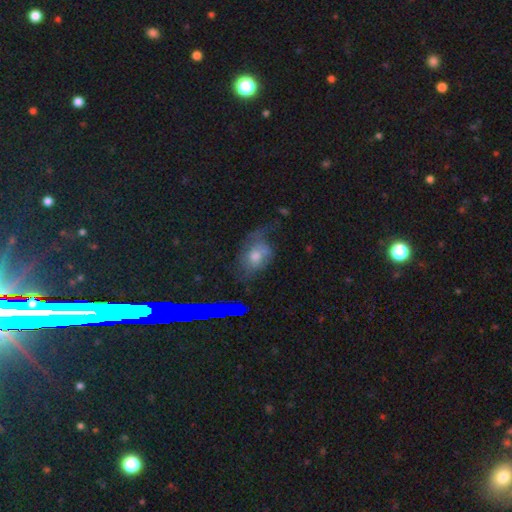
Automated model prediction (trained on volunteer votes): A smooth galaxy with no disk features (44%).

Vote fractions:
- Smooth or featured? smooth: 44% / featured or disk: 37% / star or artifact: 19%
- Merging? none: 44% / minor disturbance: 31% / major disturbance: 21% / merger: 4%